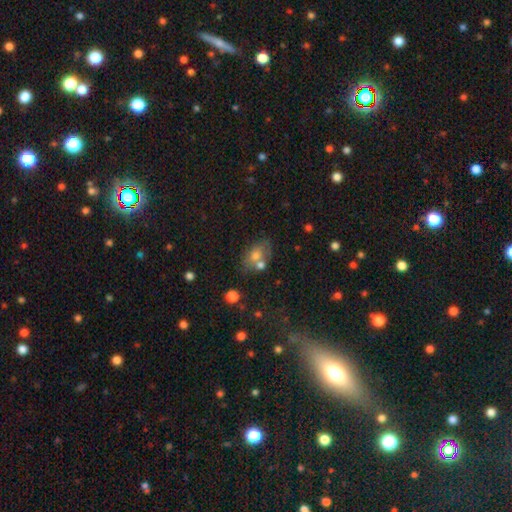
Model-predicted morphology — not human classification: Smooth or featured: smooth — 64% (featured or disk — 23%)
How rounded: in between — 79% (round — 19%)
Merging: none — 51% (merger — 26%)